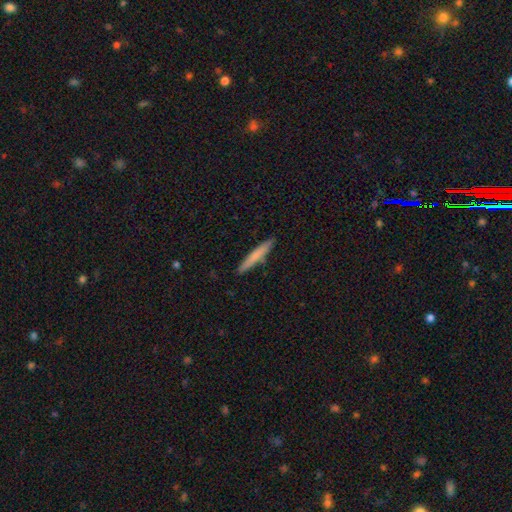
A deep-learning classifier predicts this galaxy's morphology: The model was most divided on "smooth or featured": smooth: 70%, featured or disk: 25%, star or artifact: 6%. More confident: how rounded — cigar-shaped (95%); merging — none (89%).